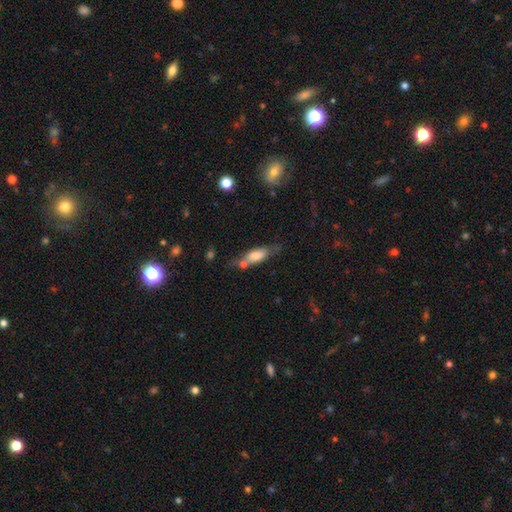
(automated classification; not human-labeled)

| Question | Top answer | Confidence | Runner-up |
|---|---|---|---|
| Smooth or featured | smooth | 65% | featured or disk (27%) |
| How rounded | in between | 58% | cigar-shaped (39%) |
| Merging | none | 49% | minor disturbance (21%) |